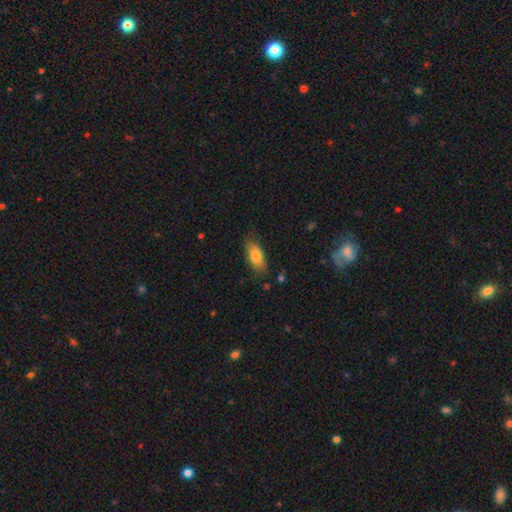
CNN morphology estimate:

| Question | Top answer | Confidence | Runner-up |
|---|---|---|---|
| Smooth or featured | smooth | 80% | featured or disk (13%) |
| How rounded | in between | 84% | cigar-shaped (13%) |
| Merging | none | 75% | minor disturbance (19%) |